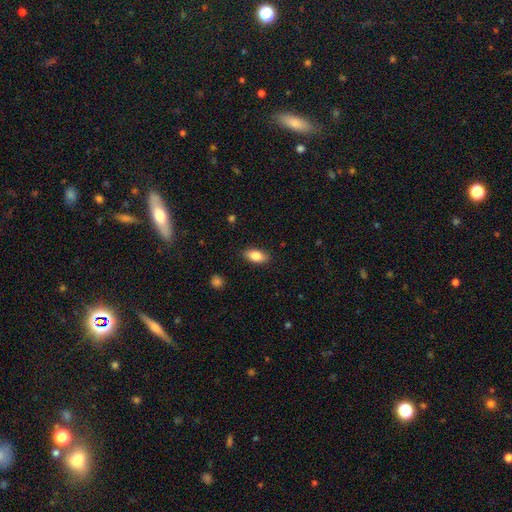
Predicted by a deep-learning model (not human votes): smooth 84%, featured or disk 9%, star or artifact 7%. Down the decision tree: how rounded — in between (89%); merging — none (87%).